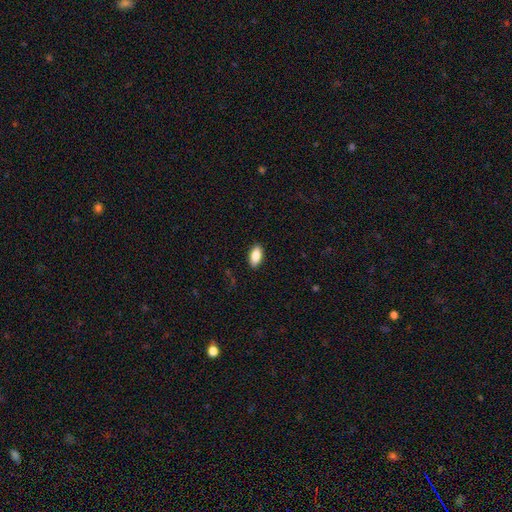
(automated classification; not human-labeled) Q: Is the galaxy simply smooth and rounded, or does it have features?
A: smooth — 87%.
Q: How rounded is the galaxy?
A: in between — 91%.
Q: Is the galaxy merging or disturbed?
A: none — 89%.